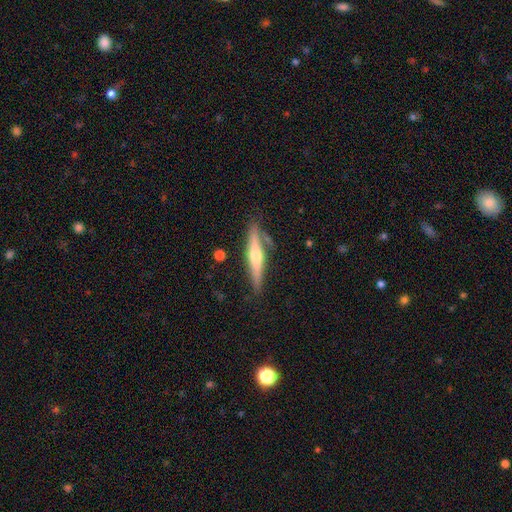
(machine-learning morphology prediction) This is likely a featured or disk galaxy (62%). It is clearly viewed edge-on (94%). Edge-on bulge: clearly rounded (87%). Merging: likely none (75%).